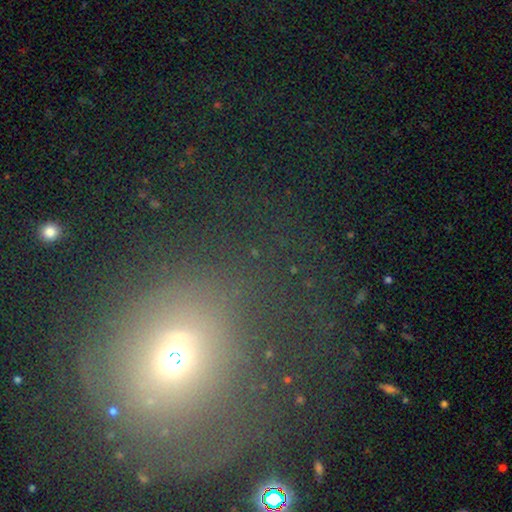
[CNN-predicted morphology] This appears to be a smooth galaxy with no disk features (49%). Merging: none (52%).